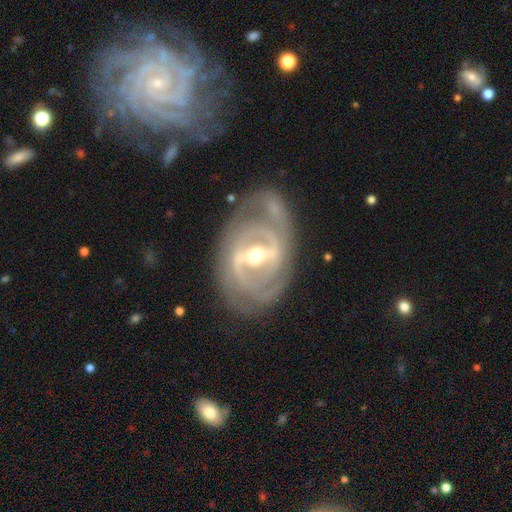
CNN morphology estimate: Q: Smooth or featured?
A: featured or disk (88%); runner-up: smooth (8%)
Q: Edge-on disk?
A: no (95%); runner-up: yes (5%)
Q: Bar?
A: strong (64%); runner-up: weak (27%)
Q: Spiral arms?
A: yes (84%); runner-up: no (16%)
Q: Spiral winding?
A: tight (62%); runner-up: medium (29%)
Q: Spiral arm count?
A: 2 (49%); runner-up: can't tell (24%)
Q: Bulge size?
A: moderate (65%); runner-up: small (29%)
Q: Merging?
A: none (71%); runner-up: minor disturbance (18%)